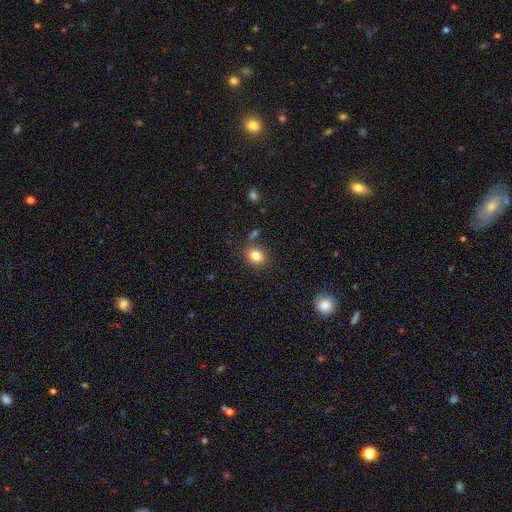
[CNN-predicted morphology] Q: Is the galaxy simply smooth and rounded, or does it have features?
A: smooth — 83%.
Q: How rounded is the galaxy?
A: round — 51%.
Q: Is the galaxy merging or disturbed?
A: none — 75%.